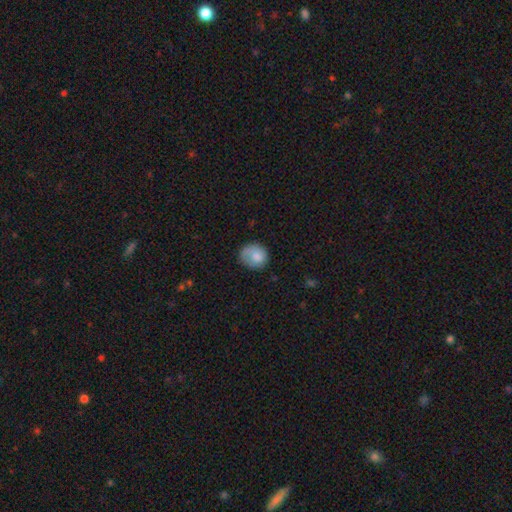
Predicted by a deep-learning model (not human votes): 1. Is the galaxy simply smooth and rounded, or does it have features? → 77% smooth, 16% featured or disk, 7% star or artifact.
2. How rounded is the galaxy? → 73% round, 26% in between, 1% cigar-shaped.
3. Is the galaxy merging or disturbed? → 60% none, 25% minor disturbance, 13% major disturbance, 2% merger.